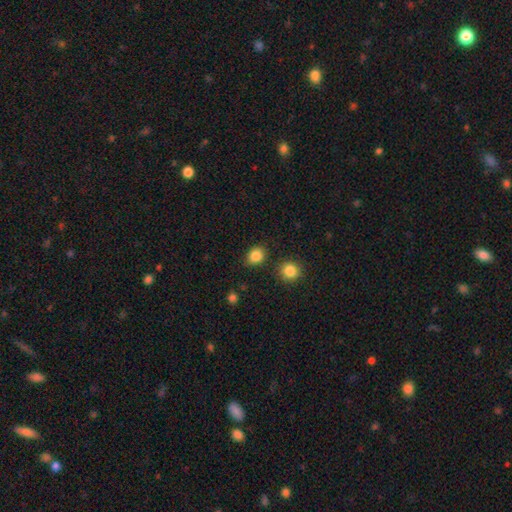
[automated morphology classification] Overall: smooth (86%). How rounded: round (60%; in between 39%). Merging: none (83%).